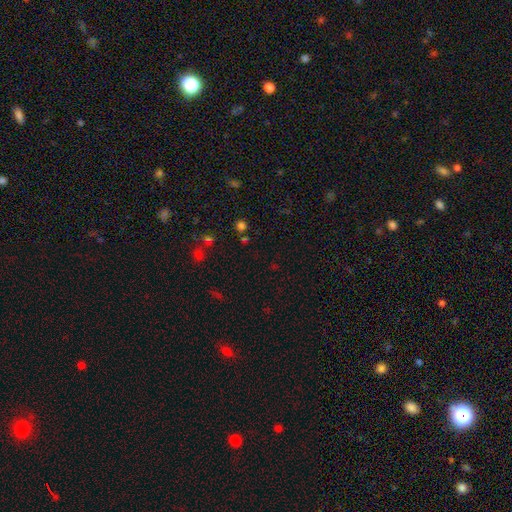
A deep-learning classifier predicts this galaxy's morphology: This is possibly a star or artifact rather than a galaxy (54%).